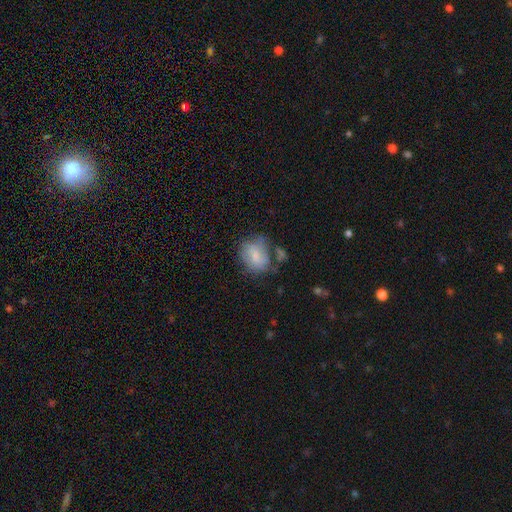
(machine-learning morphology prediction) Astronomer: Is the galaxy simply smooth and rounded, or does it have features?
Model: smooth — 60%.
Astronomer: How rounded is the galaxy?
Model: in between — 55% (runner-up: round, 44%).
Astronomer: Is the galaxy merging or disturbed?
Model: none — 46% (runner-up: minor disturbance, 28%).